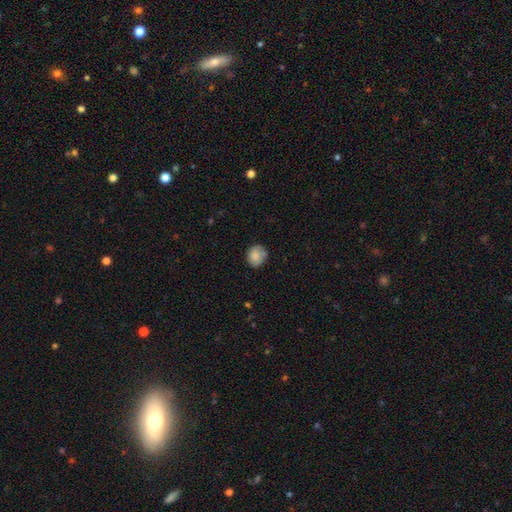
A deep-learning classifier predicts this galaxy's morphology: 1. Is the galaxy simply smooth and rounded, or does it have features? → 81% smooth, 11% featured or disk, 8% star or artifact.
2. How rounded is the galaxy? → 72% round, 27% in between, 1% cigar-shaped.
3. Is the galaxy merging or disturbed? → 75% none, 19% minor disturbance, 4% major disturbance, 2% merger.